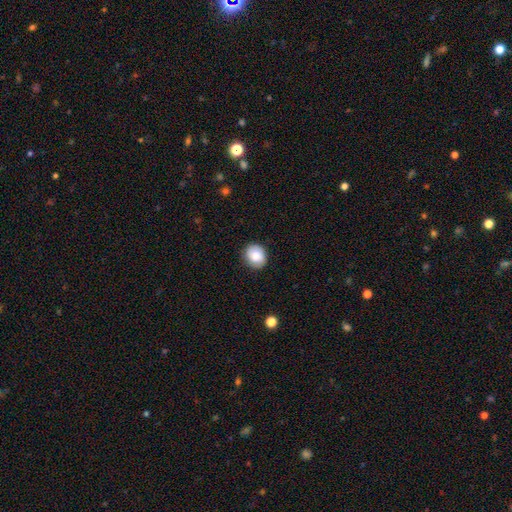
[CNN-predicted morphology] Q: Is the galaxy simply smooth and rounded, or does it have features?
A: smooth — 85%.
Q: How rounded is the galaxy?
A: round — 67%.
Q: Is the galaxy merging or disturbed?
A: none — 86%.